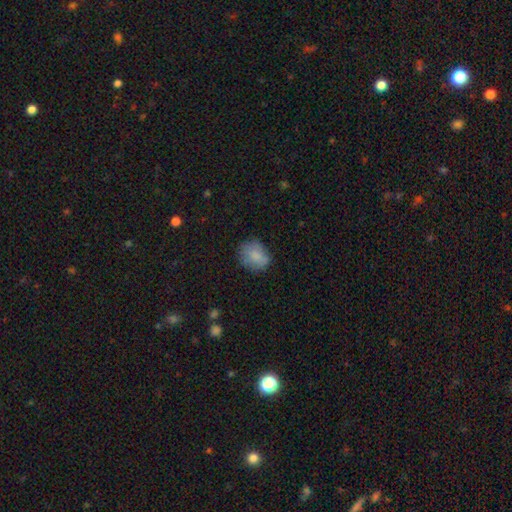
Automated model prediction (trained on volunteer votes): Smooth or featured?
  - smooth: 80% *
  - featured or disk: 12%
  - star or artifact: 8%
How rounded?
  - round: 55% *
  - in between: 44%
  - cigar-shaped: 1%
Merging?
  - none: 70% *
  - minor disturbance: 22%
  - major disturbance: 6%
  - merger: 2%